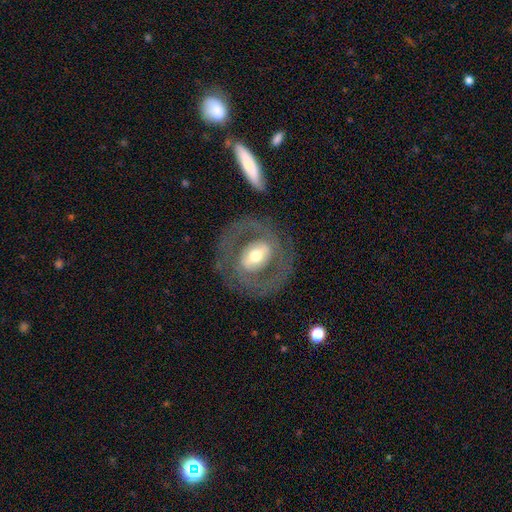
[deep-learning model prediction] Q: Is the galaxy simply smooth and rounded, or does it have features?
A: featured or disk — 73%.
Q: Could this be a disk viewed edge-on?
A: no — 94%.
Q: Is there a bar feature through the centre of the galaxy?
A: strong — 38%.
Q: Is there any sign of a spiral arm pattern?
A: no — 51%.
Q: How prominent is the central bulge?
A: moderate — 62%.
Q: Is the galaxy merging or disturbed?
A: none — 76%.